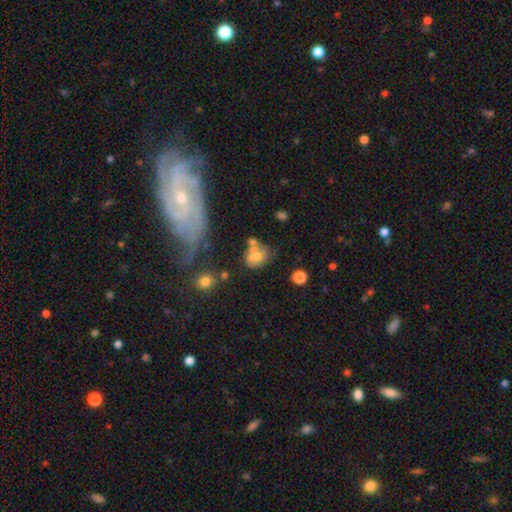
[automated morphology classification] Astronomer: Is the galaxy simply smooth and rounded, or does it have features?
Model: smooth — 57%.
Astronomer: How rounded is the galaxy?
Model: in between — 54% (runner-up: round, 45%).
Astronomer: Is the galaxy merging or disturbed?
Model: none — 37% (runner-up: merger, 30%).